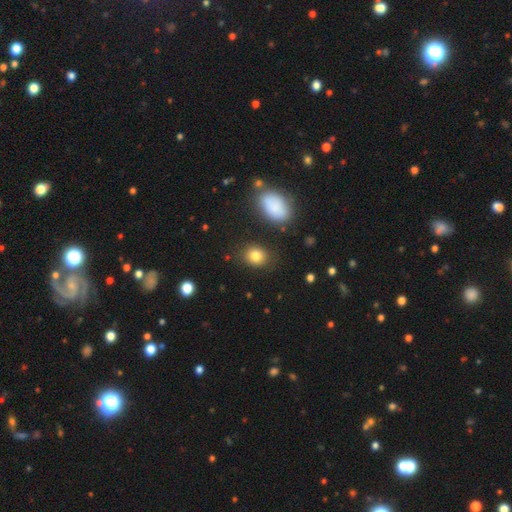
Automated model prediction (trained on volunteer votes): Smooth or featured? smooth (82%)
How rounded? round (52%)
Merging? none (83%)